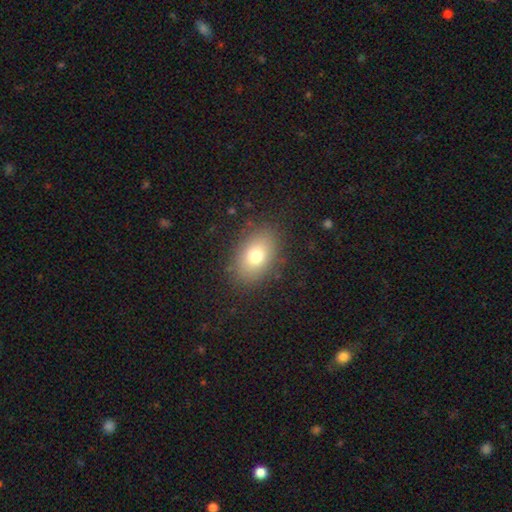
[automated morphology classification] Q: Smooth or featured?
A: smooth (74%); runner-up: featured or disk (15%)
Q: How rounded?
A: in between (80%); runner-up: round (18%)
Q: Merging?
A: none (84%); runner-up: minor disturbance (11%)